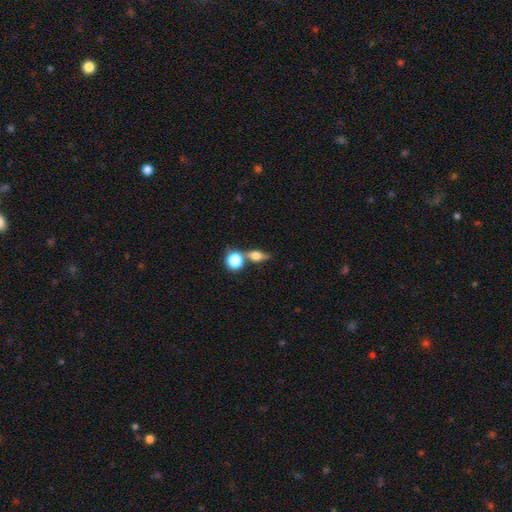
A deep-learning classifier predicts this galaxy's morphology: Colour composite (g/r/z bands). It shows a smooth galaxy with no disk features (57%) that is in between round and cigar-shaped (45%). Merging: none (57%).